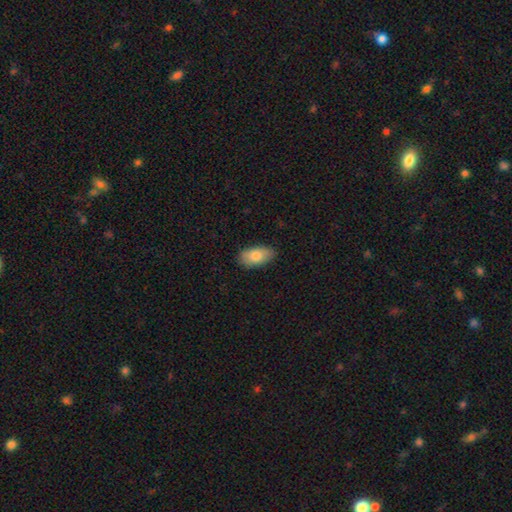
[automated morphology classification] Overall: smooth (81%). How rounded: in between (93%). Merging: none (84%).